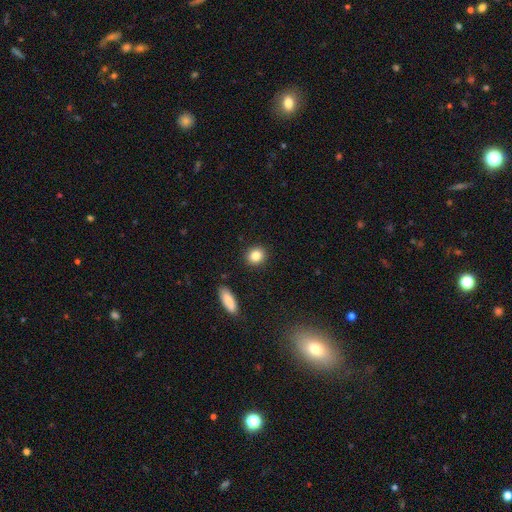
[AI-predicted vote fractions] A smooth galaxy with no disk features (85%) that is round (77%). Merging: none (90%).